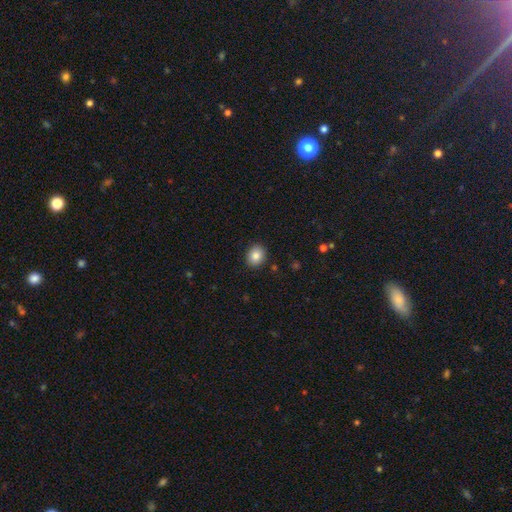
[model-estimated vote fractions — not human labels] This is clearly a smooth galaxy (85%). How rounded: likely round (61%). Merging: clearly none (90%).